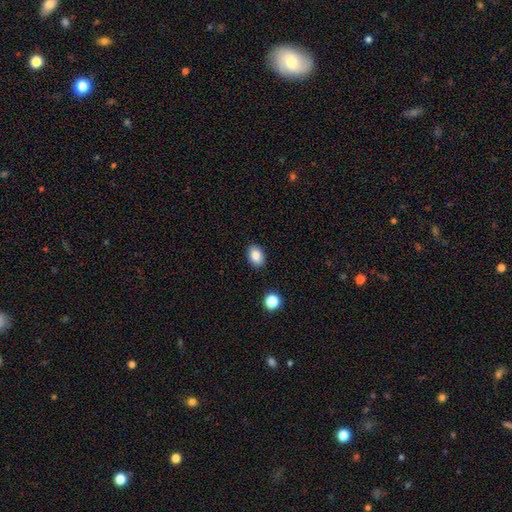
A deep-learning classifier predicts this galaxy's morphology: Smooth or featured? smooth (85%)
How rounded? in between (79%)
Merging? none (88%)